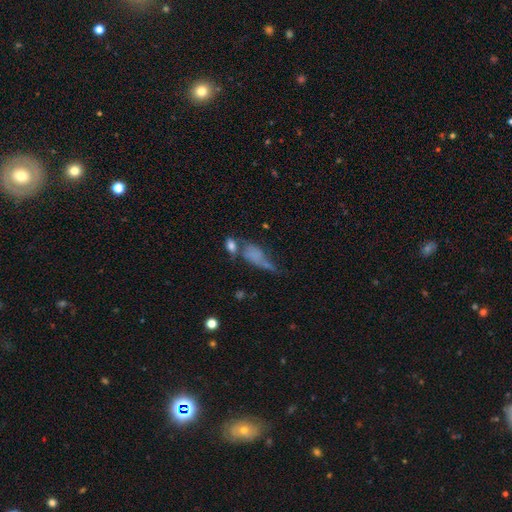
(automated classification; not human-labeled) This is possibly a smooth galaxy (53%). How rounded: likely in between (66%). Merging: marginally merger (29%).